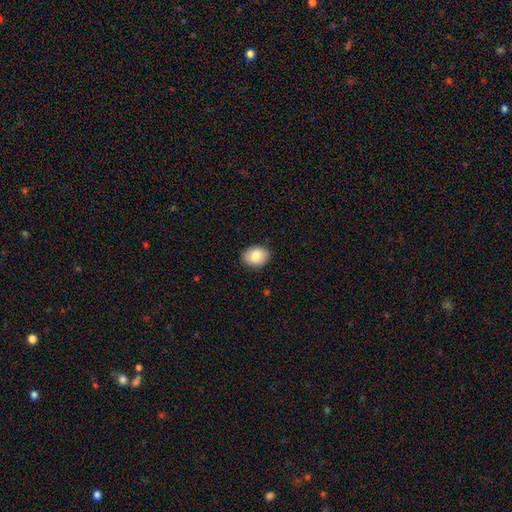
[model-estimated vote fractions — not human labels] Smooth or featured? Predicted: smooth (p=0.82). How rounded? Predicted: in between (p=0.61). Merging? Predicted: none (p=0.89).